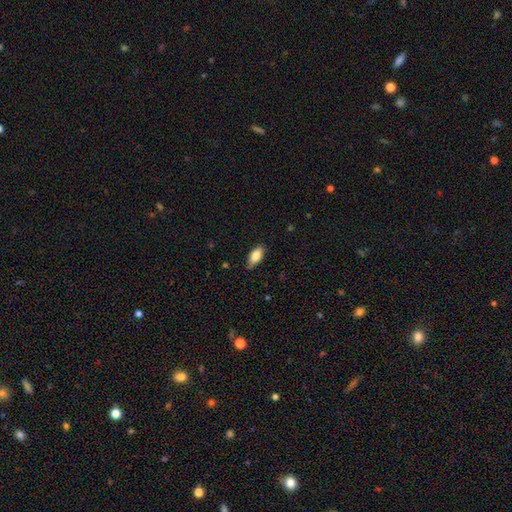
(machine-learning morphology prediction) The model was most divided on "smooth or featured": smooth: 76%, featured or disk: 17%, star or artifact: 7%. More confident: how rounded — in between (83%); merging — none (79%).